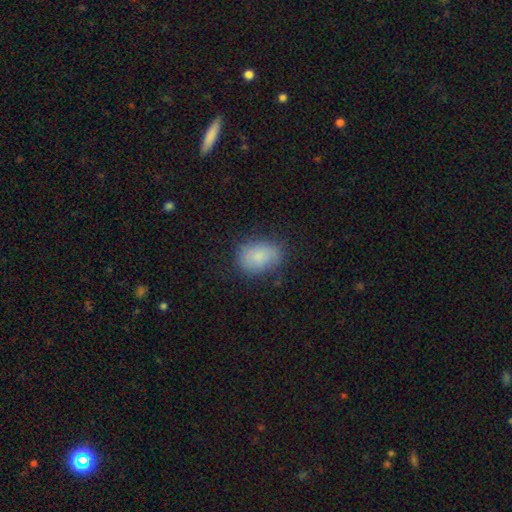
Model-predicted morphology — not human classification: Overall: smooth (79%). How rounded: in between (73%). Merging: none (71%).